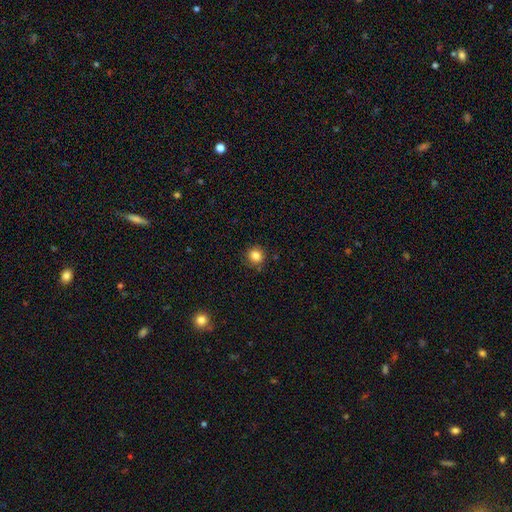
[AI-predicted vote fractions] This appears to be a smooth galaxy with no disk features (83%) that is round (89%). Merging: none (86%).